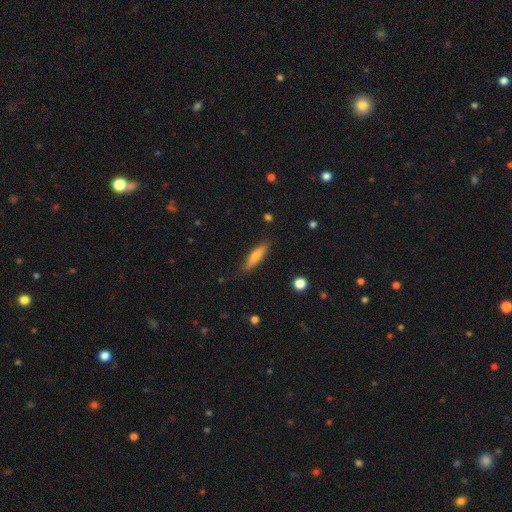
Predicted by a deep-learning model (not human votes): Q: Smooth or featured?
A: smooth (64%); runner-up: featured or disk (29%)
Q: How rounded?
A: cigar-shaped (78%); runner-up: in between (20%)
Q: Merging?
A: none (85%); runner-up: minor disturbance (11%)